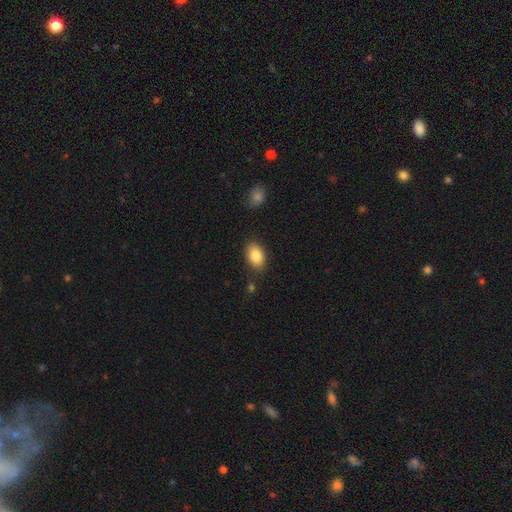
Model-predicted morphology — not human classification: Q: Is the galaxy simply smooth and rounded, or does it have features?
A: smooth — 85%.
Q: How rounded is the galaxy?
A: in between — 88%.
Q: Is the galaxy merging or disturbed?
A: none — 83%.